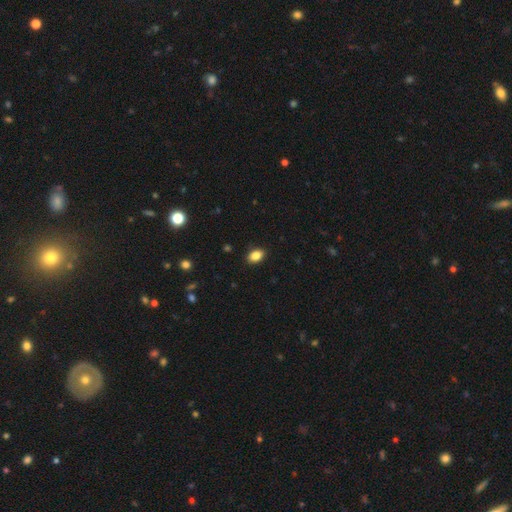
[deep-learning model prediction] Q: Smooth or featured?
A: smooth (86%); runner-up: star or artifact (9%)
Q: How rounded?
A: in between (82%); runner-up: round (16%)
Q: Merging?
A: none (89%); runner-up: minor disturbance (8%)